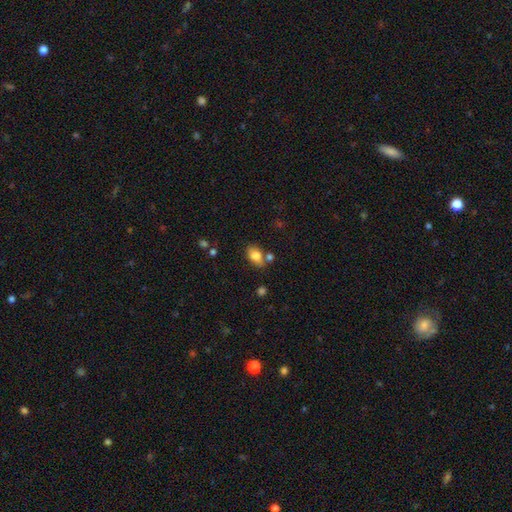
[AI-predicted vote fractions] smooth-or-featured: smooth: 79% | featured or disk: 12% | star or artifact: 9%
  how-rounded: in between: 85% | round: 12% | cigar-shaped: 2%
  merging: none: 58% | minor disturbance: 19% | merger: 18% | major disturbance: 5%